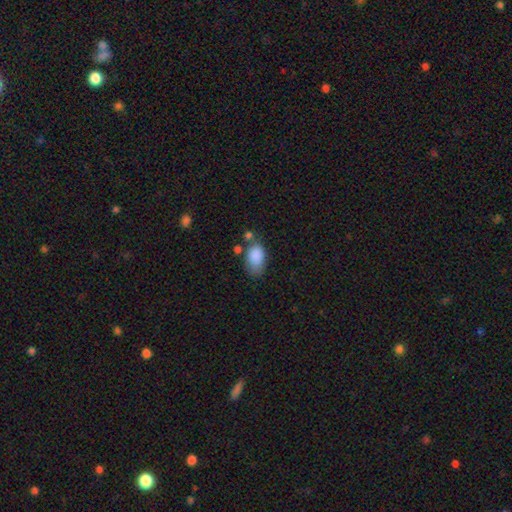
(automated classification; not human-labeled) Overall: smooth (85%). How rounded: in between (89%). Merging: none (50%; minor disturbance 28%).